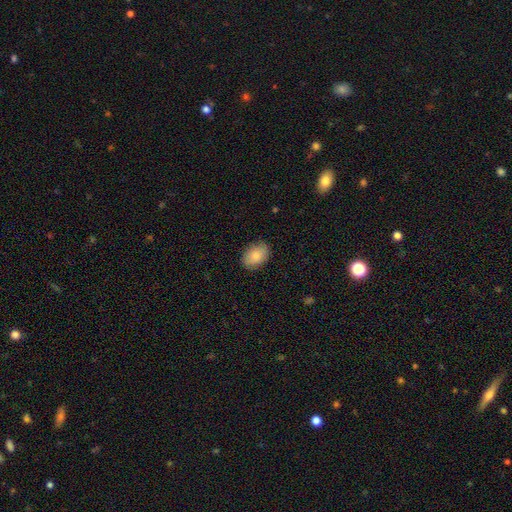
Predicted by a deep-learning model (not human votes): Overall: smooth (83%). How rounded: in between (83%). Merging: none (83%).